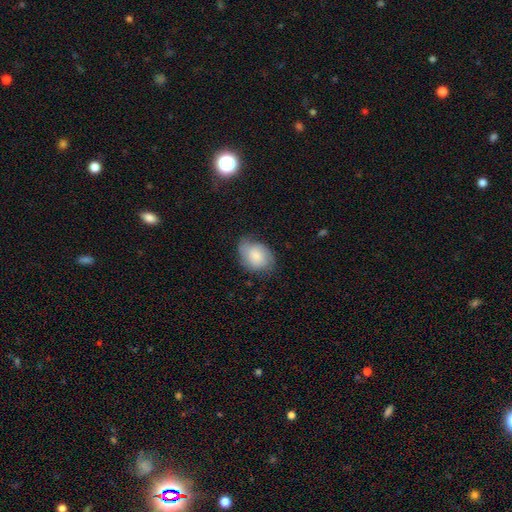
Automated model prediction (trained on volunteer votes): Q: Smooth or featured?
A: smooth (70%); runner-up: featured or disk (23%)
Q: How rounded?
A: in between (70%); runner-up: round (29%)
Q: Merging?
A: none (59%); runner-up: minor disturbance (31%)